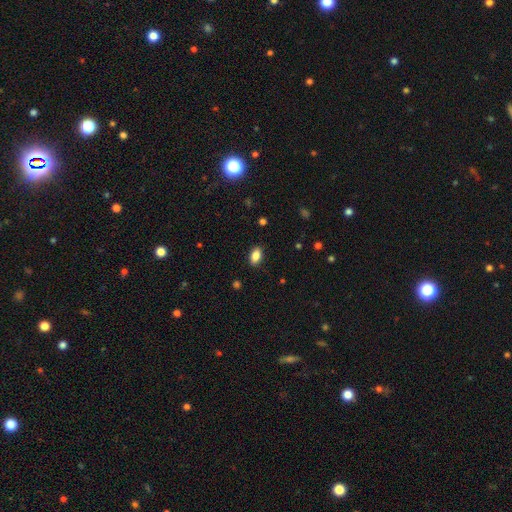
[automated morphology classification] Overall: smooth (86%). How rounded: in between (91%). Merging: none (87%).